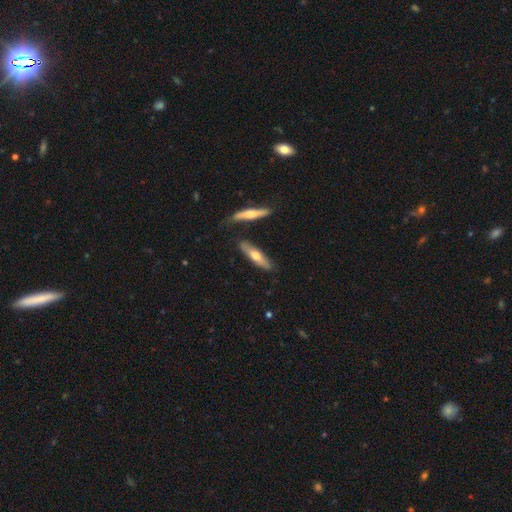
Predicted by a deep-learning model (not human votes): This is possibly a smooth galaxy (50%). Merging: likely none (79%).